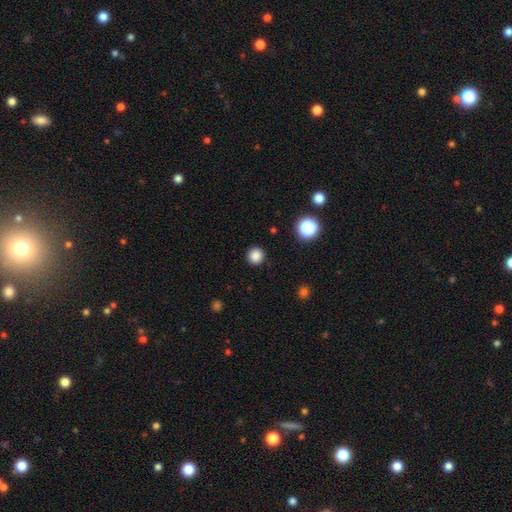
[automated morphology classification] Smooth or featured?
  - smooth: 85% *
  - star or artifact: 12%
  - featured or disk: 4%
How rounded?
  - round: 93% *
  - in between: 7%
  - cigar-shaped: 1%
Merging?
  - none: 91% *
  - minor disturbance: 6%
  - major disturbance: 2%
  - merger: 1%